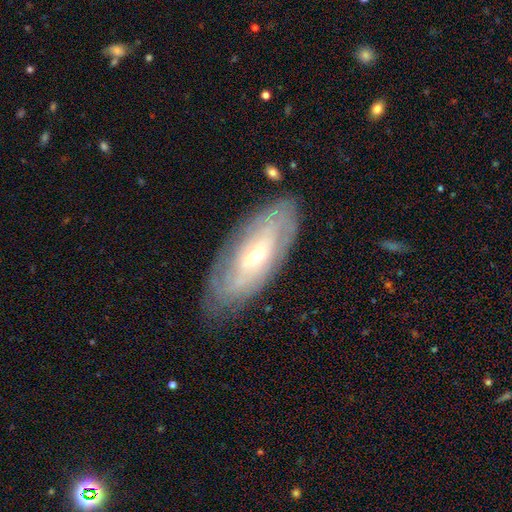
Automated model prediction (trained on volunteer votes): Smooth or featured? featured or disk (72%)
Edge-on disk? no (85%)
Bar? no (60%)
Spiral arms? yes (78%)
Bulge size? small (56%)
Merging? none (80%)